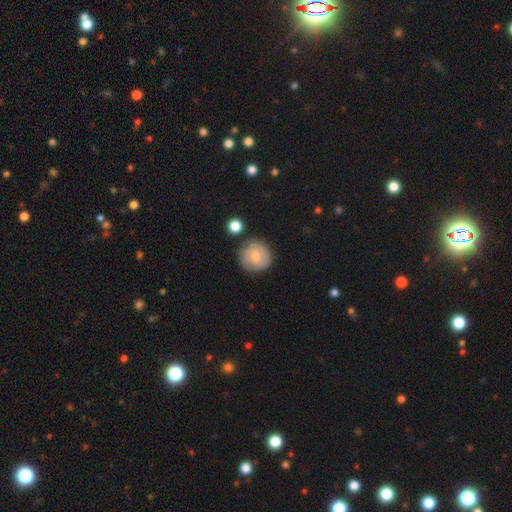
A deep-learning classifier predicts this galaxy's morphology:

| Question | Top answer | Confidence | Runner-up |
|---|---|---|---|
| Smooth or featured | smooth | 72% | featured or disk (21%) |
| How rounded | round | 93% | in between (6%) |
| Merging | none | 78% | minor disturbance (14%) |